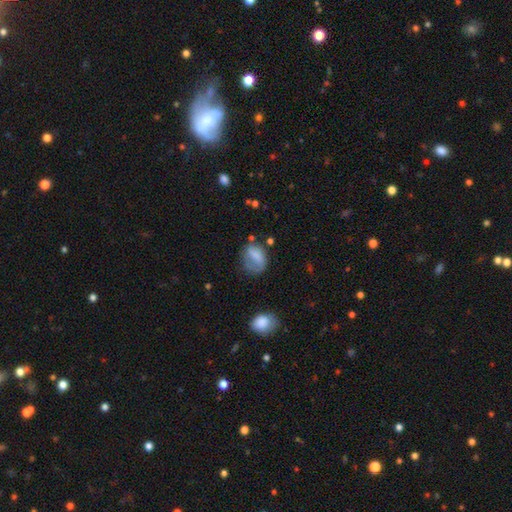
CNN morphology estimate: smooth 70%, featured or disk 21%, star or artifact 10%. Down the decision tree: how rounded — in between (61%); merging — none (39%).